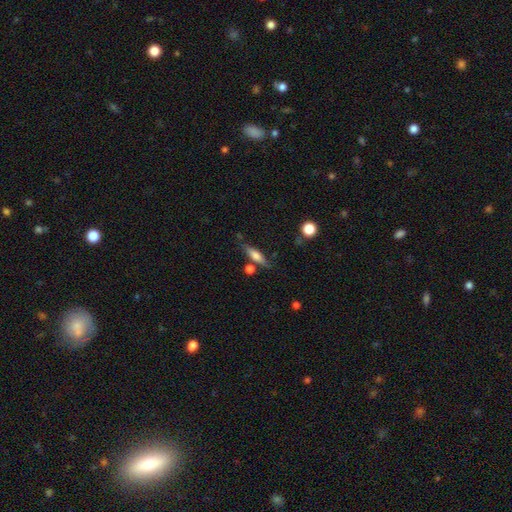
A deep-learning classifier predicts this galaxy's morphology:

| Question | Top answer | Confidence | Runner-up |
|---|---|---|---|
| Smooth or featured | smooth | 58% | featured or disk (34%) |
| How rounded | cigar-shaped | 64% | in between (33%) |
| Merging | none | 73% | minor disturbance (14%) |